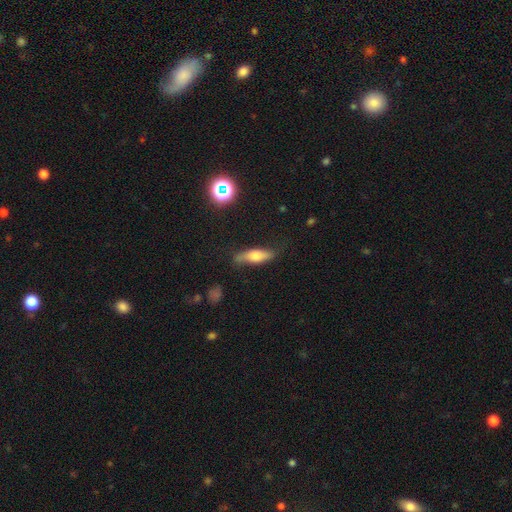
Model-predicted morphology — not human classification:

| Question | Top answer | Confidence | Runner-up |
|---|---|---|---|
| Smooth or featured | smooth | 59% | featured or disk (33%) |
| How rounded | cigar-shaped | 53% | in between (43%) |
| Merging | none | 74% | minor disturbance (20%) |